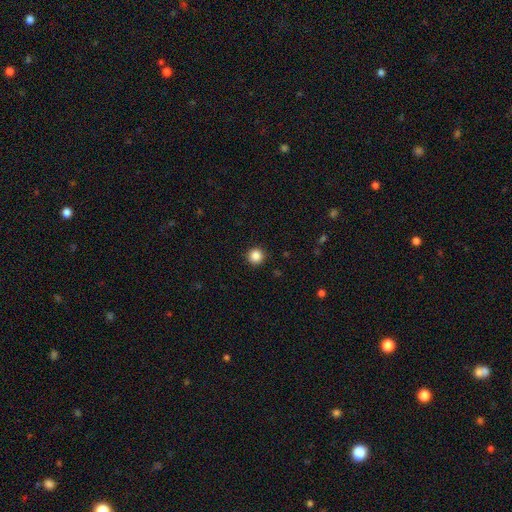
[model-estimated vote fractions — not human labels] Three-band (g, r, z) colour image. It shows a smooth galaxy with no disk features (86%) that is round (96%). Merging: none (93%).